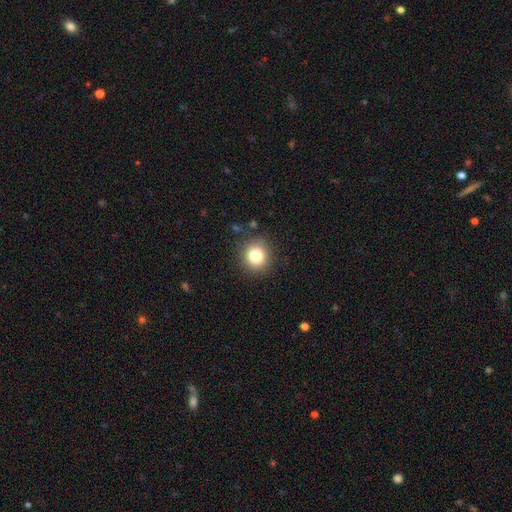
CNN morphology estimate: type=smooth (81%); roundness=round (89%); merging=none (88%).